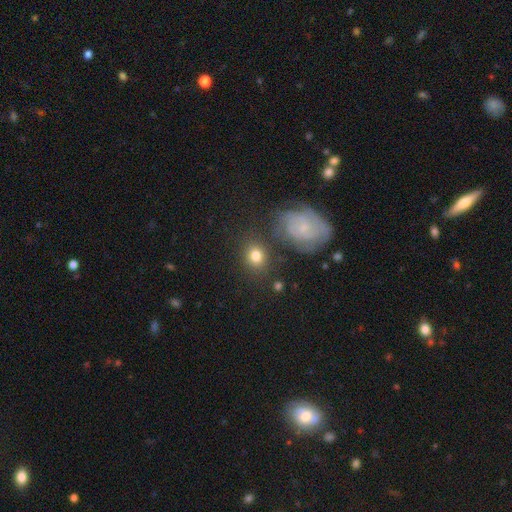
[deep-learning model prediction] The model was most divided on "how rounded": round: 68%, in between: 31%, cigar-shaped: 1%. More confident: merging — none (79%); smooth or featured — smooth (76%).